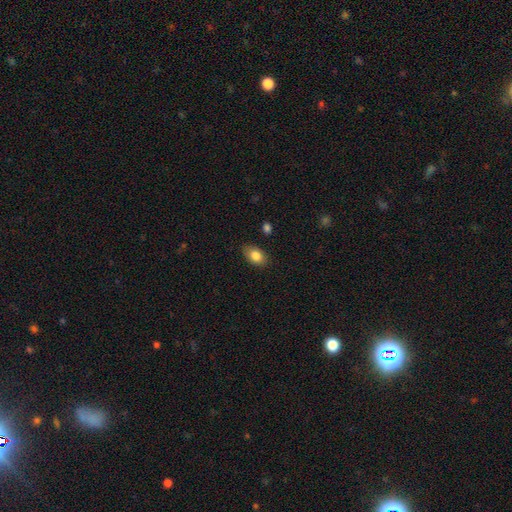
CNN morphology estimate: The model was most divided on "merging": none: 82%, minor disturbance: 13%, major disturbance: 3%, merger: 2%. More confident: how rounded — in between (88%); smooth or featured — smooth (85%).